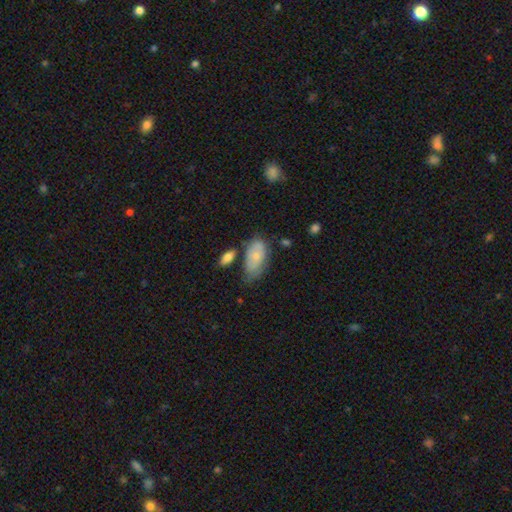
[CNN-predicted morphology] type=smooth (69%); roundness=in between (92%); merging=none (45%).